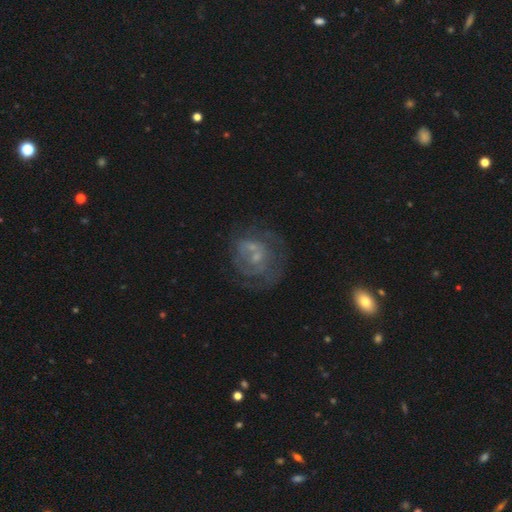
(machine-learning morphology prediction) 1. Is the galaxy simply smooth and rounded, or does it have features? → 63% featured or disk, 23% smooth, 14% star or artifact.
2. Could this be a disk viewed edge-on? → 97% no, 3% yes.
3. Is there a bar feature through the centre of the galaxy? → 75% no, 21% weak, 4% strong.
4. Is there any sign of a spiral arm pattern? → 50% yes (tied), 50% no (tied).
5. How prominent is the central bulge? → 58% small, 20% moderate, 19% none, 2% large, 1% dominant.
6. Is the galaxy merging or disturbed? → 48% none, 22% major disturbance, 17% minor disturbance, 12% merger.